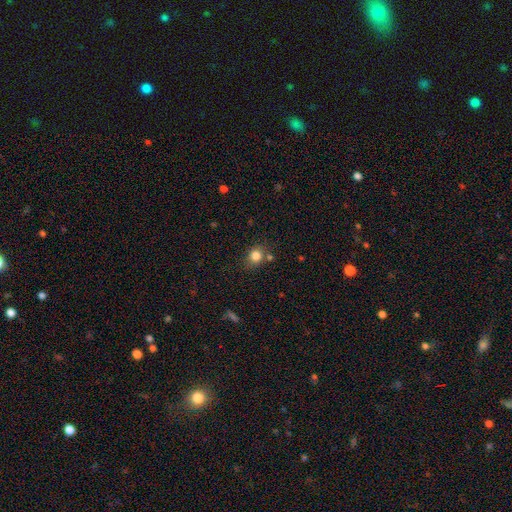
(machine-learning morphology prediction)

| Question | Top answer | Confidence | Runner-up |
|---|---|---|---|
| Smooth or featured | smooth | 82% | star or artifact (12%) |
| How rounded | round | 69% | in between (30%) |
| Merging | none | 72% | minor disturbance (13%) |